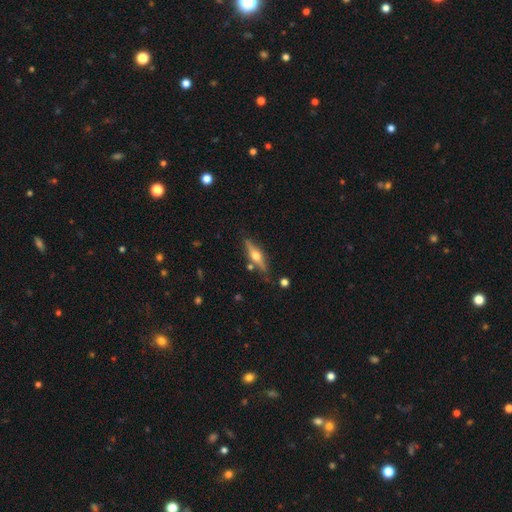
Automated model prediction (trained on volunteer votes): Smooth or featured?
  - featured or disk: 68% *
  - smooth: 26%
  - star or artifact: 6%
Edge-on disk?
  - yes: 96% *
  - no: 4%
Edge-on bulge?
  - rounded: 95% *
  - boxy: 3%
  - none: 2%
Merging?
  - none: 82% *
  - minor disturbance: 12%
  - merger: 4%
  - major disturbance: 3%